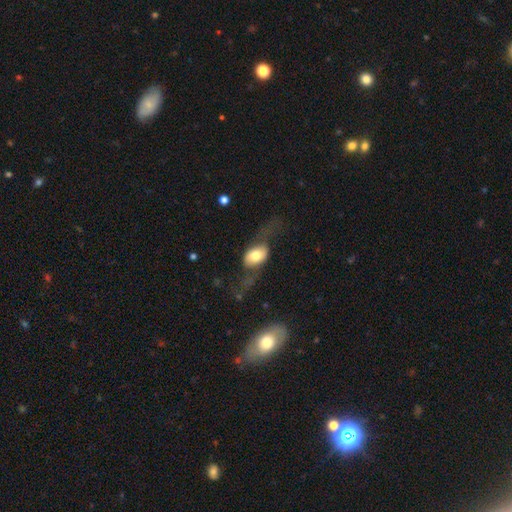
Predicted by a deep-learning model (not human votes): Overall: featured or disk (50%; smooth 44%). Merging: none (48%; major disturbance 31%).